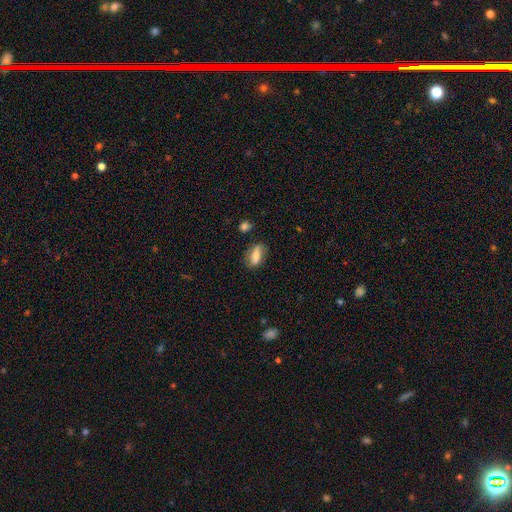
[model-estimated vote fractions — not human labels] A smooth galaxy with no disk features (70%) that is in between round and cigar-shaped (78%). Merging: none (71%).